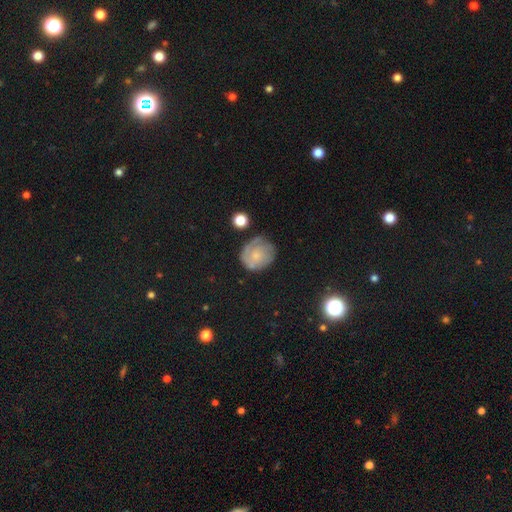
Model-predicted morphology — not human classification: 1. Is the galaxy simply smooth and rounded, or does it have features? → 47% featured or disk, 44% smooth, 9% star or artifact.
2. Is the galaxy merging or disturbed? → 62% none, 24% minor disturbance, 10% major disturbance, 3% merger.